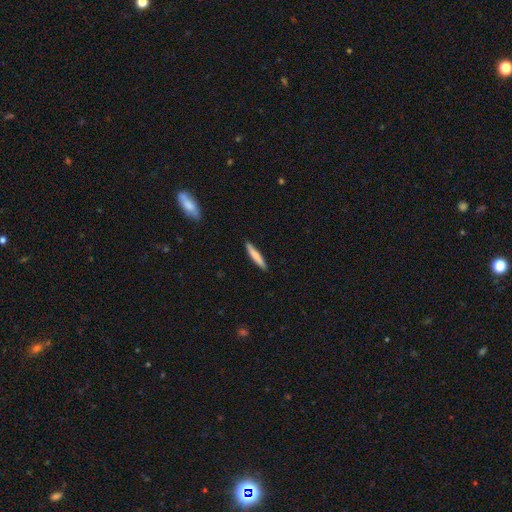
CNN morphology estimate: This is likely a smooth galaxy (71%). How rounded: clearly cigar-shaped (92%). Merging: clearly none (90%).